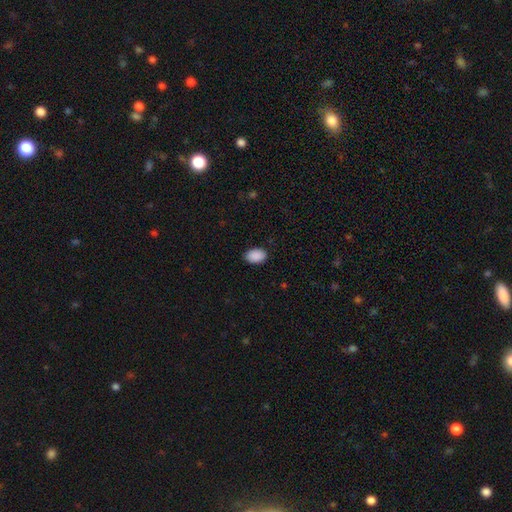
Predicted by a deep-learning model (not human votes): Overall: smooth (91%). How rounded: in between (88%). Merging: none (89%).